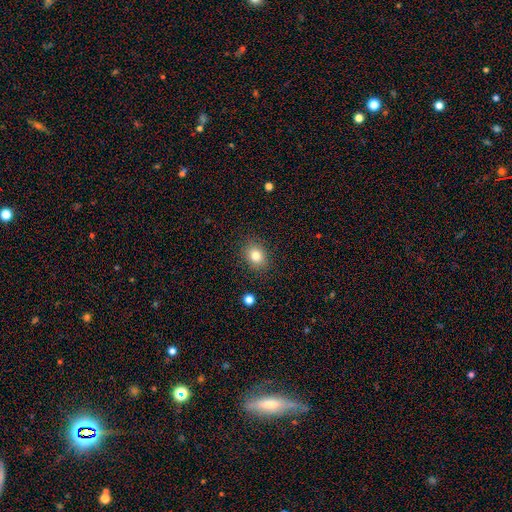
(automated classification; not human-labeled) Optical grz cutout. It shows a smooth galaxy with no disk features (81%) that is in between round and cigar-shaped (53%). Merging: none (87%).